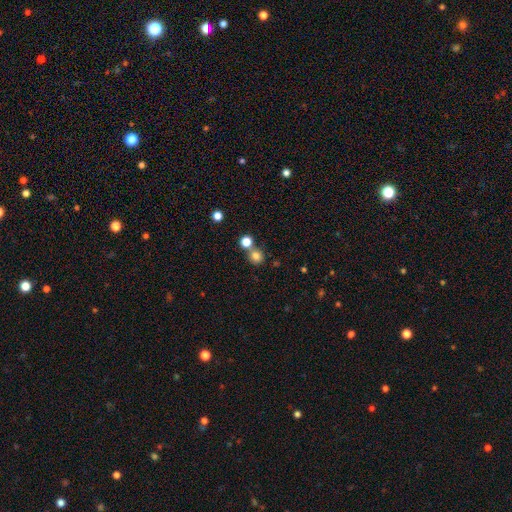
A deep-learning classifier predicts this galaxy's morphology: smooth_or_featured: smooth (p=0.79) [alt: star or artifact p=0.14]
how_rounded: round (p=0.89) [alt: in between p=0.10]
merging: none (p=0.64) [alt: merger p=0.25]